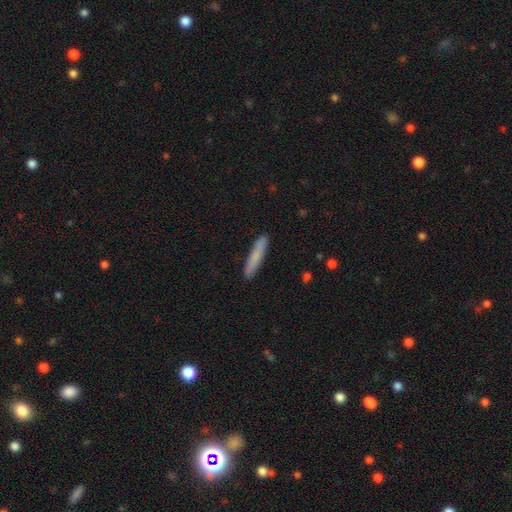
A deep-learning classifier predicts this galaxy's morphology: This appears to be a smooth galaxy with no disk features (77%) that is cigar-shaped (93%). Merging: none (90%).